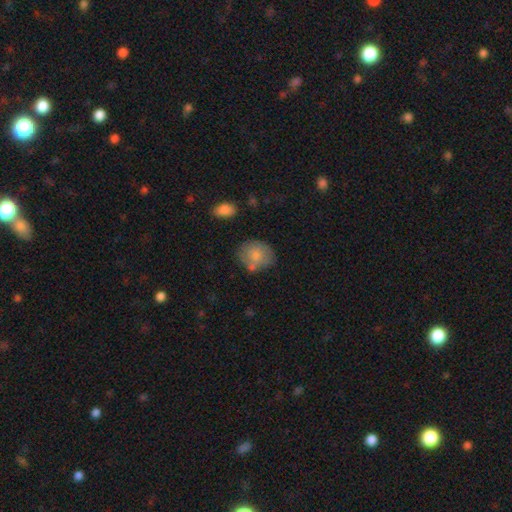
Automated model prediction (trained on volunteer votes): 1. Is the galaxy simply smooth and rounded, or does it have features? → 76% smooth, 17% featured or disk, 7% star or artifact.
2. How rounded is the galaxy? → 62% round, 37% in between, 1% cigar-shaped.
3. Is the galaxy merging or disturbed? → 60% none, 21% minor disturbance, 12% merger, 6% major disturbance.